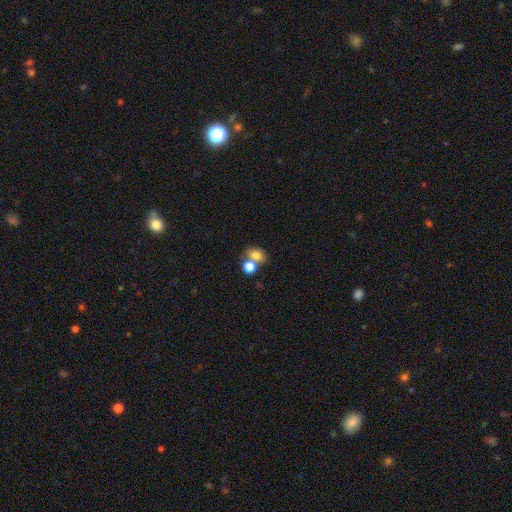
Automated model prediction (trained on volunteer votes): smooth_or_featured: smooth (p=0.77) [alt: star or artifact p=0.12]
how_rounded: in between (p=0.52) [alt: round p=0.47]
merging: merger (p=0.44) [alt: none p=0.42]